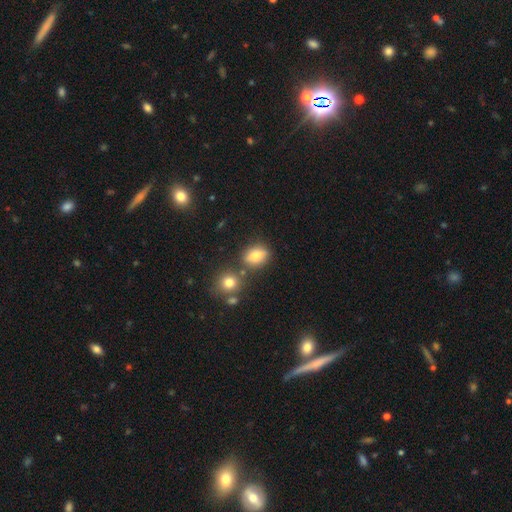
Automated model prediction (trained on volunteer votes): A smooth galaxy with no disk features (73%) that is in between round and cigar-shaped (68%). Merging: none (73%).